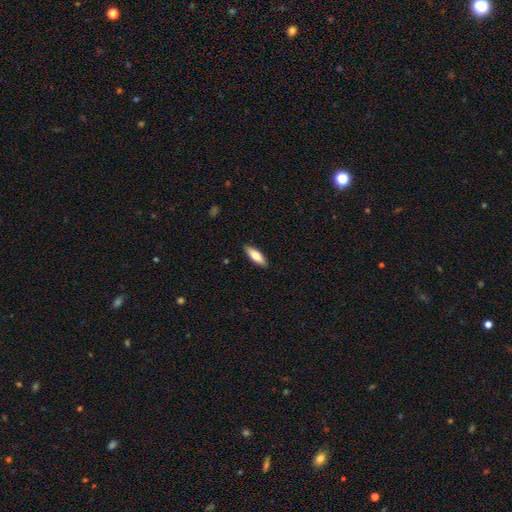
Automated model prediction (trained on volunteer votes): A smooth galaxy with no disk features (72%) that is in between round and cigar-shaped (57%). Merging: none (89%).